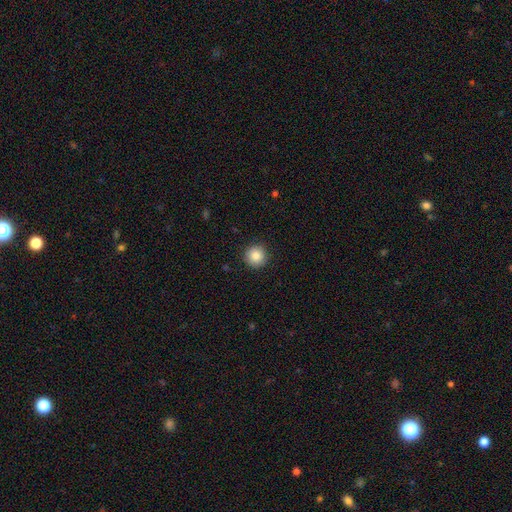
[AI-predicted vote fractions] The model was most divided on "smooth or featured": smooth: 86%, star or artifact: 9%, featured or disk: 5%. More confident: how rounded — round (95%); merging — none (91%).